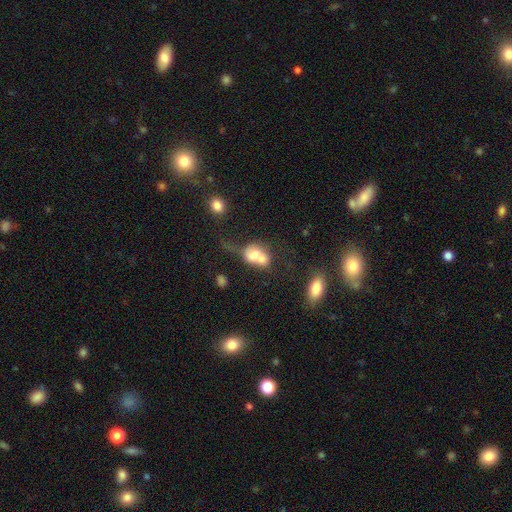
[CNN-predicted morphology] The model was most divided on "how rounded": in between: 63%, round: 34%, cigar-shaped: 2%. More confident: smooth or featured — smooth (64%); merging — merger (63%).